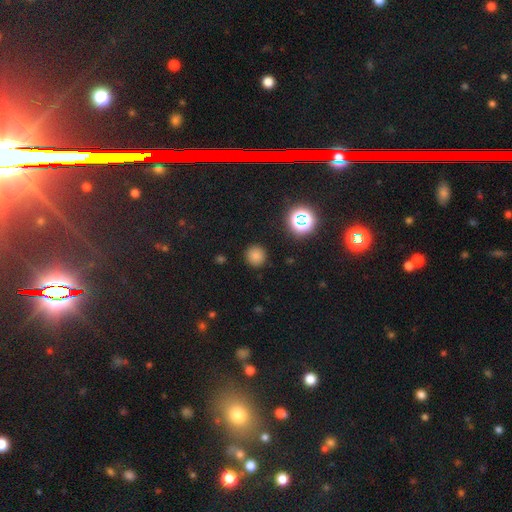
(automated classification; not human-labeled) smooth_or_featured: smooth (p=0.78) [alt: star or artifact p=0.17]
how_rounded: round (p=0.94) [alt: in between p=0.05]
merging: none (p=0.90) [alt: minor disturbance p=0.06]